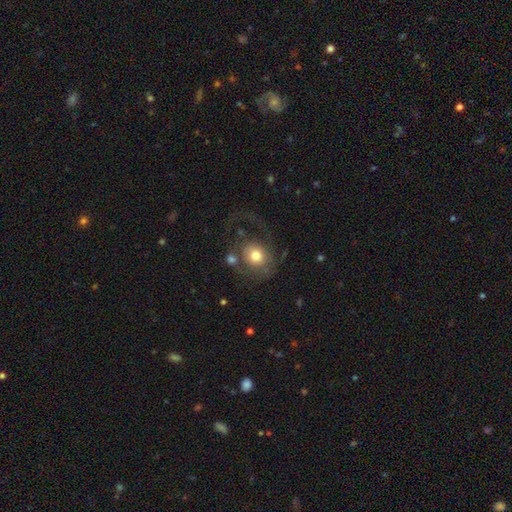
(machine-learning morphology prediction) A smooth galaxy with no disk features (55%) that is round (67%).

Vote fractions:
- Smooth or featured? smooth: 55% / featured or disk: 37% / star or artifact: 8%
- How rounded? round: 67% / in between: 32% / cigar-shaped: 1%
- Merging? major disturbance: 42% / none: 34% / minor disturbance: 15% / merger: 9%